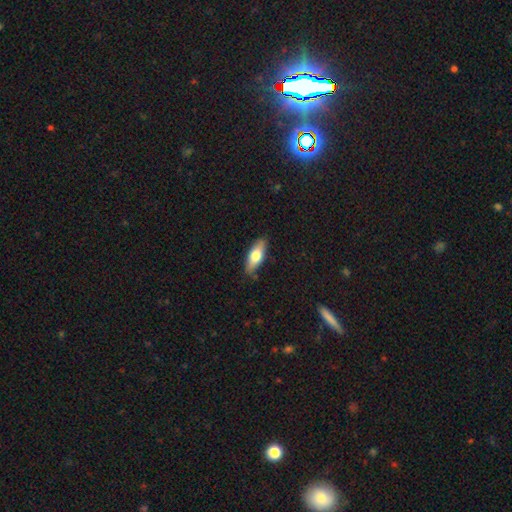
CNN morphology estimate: Q: Smooth or featured?
A: smooth (65%); runner-up: featured or disk (29%)
Q: How rounded?
A: in between (69%); runner-up: cigar-shaped (29%)
Q: Merging?
A: none (83%); runner-up: minor disturbance (13%)